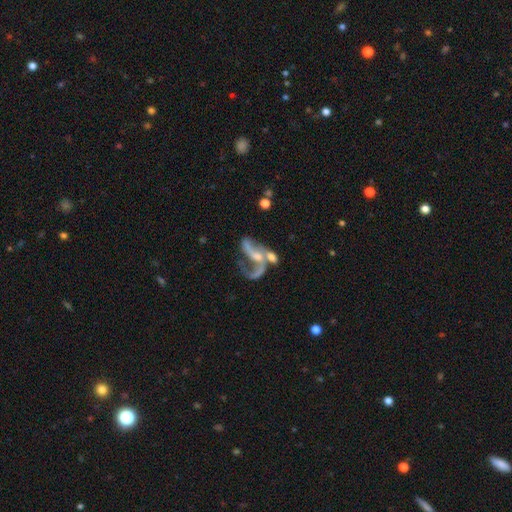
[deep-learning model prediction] Smooth or featured? featured or disk (78%)
Edge-on disk? no (95%)
Bar? no (47%)
Spiral arms? yes (82%)
Spiral winding? loose (74%)
Spiral arm count? 2 (67%)
Bulge size? small (38%)
Merging? merger (40%)